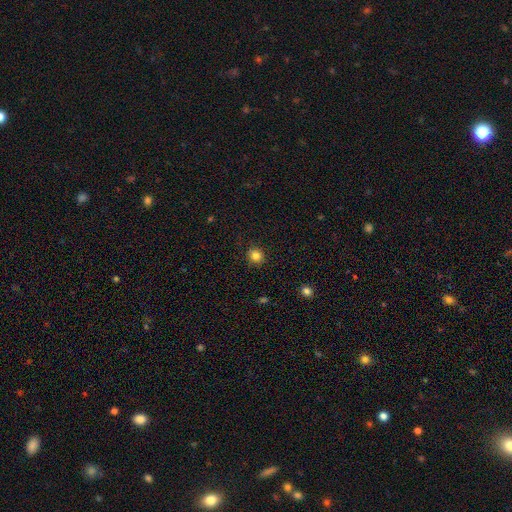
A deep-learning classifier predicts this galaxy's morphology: Smooth or featured? Predicted: smooth (p=0.82). How rounded? Predicted: round (p=0.89). Merging? Predicted: none (p=0.89).